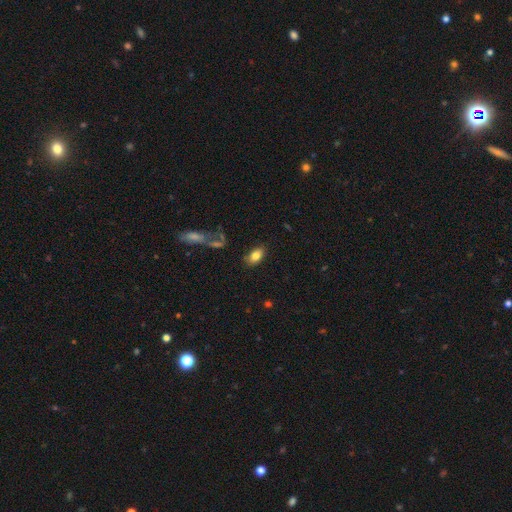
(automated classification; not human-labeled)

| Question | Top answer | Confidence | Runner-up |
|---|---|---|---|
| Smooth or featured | smooth | 81% | featured or disk (11%) |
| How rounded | in between | 90% | round (7%) |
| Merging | none | 82% | minor disturbance (12%) |